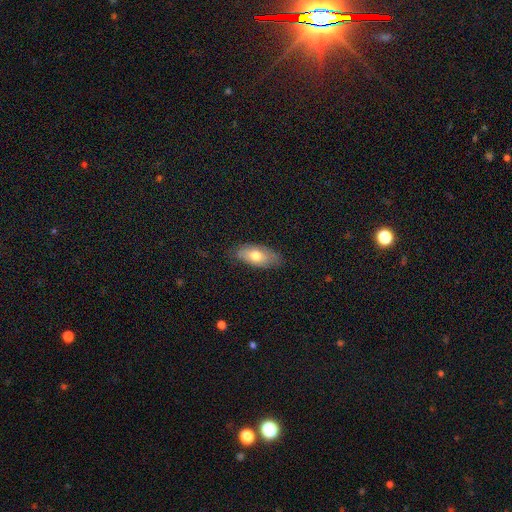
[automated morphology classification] This appears to be a smooth galaxy with no disk features (69%) that is in between round and cigar-shaped (89%). Merging: none (75%).